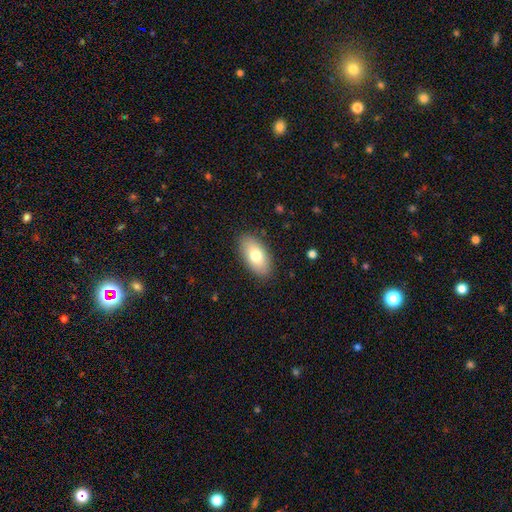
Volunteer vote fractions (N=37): This appears to be a smooth galaxy with no disk features (65%) that is in between round and cigar-shaped (92%). Merging: none (91%).